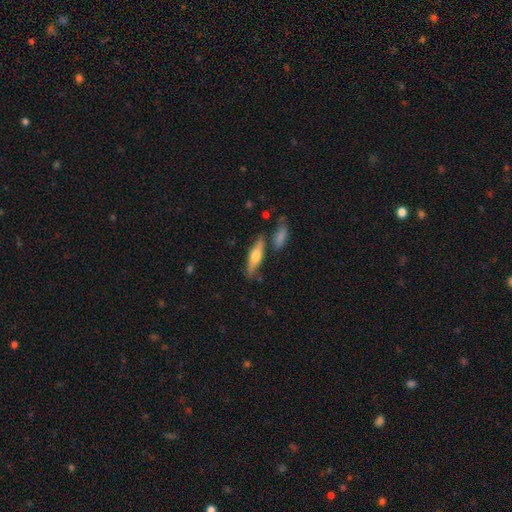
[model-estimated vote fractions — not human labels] This appears to be a smooth galaxy with no disk features (54%) that is cigar-shaped (60%). Merging: none (74%).